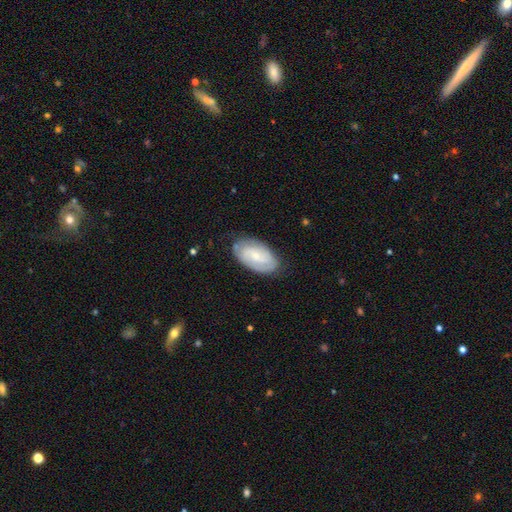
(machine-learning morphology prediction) Smooth or featured?
  - featured or disk: 65% *
  - smooth: 28%
  - star or artifact: 7%
Edge-on disk?
  - no: 95% *
  - yes: 5%
Bar?
  - weak: 44% *
  - no: 43%
  - strong: 13%
Spiral arms?
  - yes: 88% *
  - no: 12%
Spiral winding?
  - tight: 56% *
  - medium: 33%
  - loose: 10%
Spiral arm count?
  - 2: 65% *
  - can't tell: 23%
  - 3: 5%
  - 1: 3%
  - 4: 2%
  - more than 4: 2%
Bulge size?
  - small: 64% *
  - moderate: 28%
  - none: 5%
  - large: 2%
  - dominant: 1%
Merging?
  - none: 78% *
  - minor disturbance: 17%
  - major disturbance: 4%
  - merger: 1%